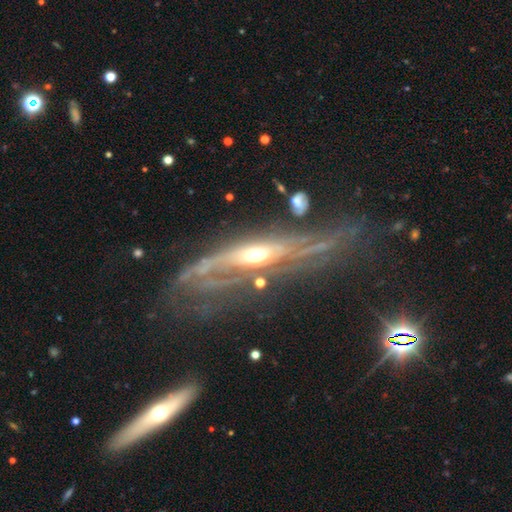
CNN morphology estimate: This appears to be a featured or disk galaxy (83%) with no bar (69%), spiral arms (77%) and a moderate central bulge (67%). Merging: none (51%).